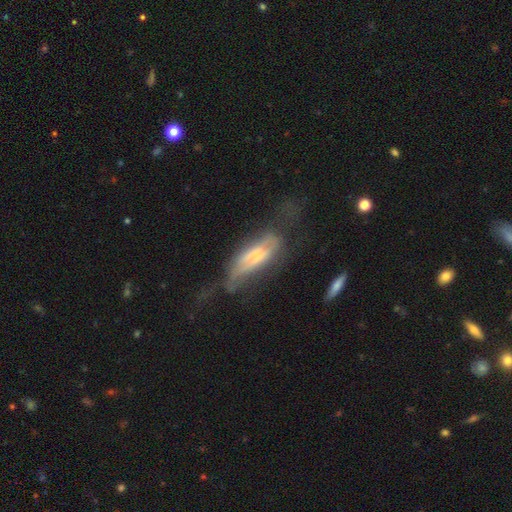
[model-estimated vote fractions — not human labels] A featured or disk galaxy (57%) viewed edge-on (52%).

Vote fractions:
- Smooth or featured? featured or disk: 57% / smooth: 35% / star or artifact: 8%
- Edge-on disk? yes: 52% / no: 48%
- Merging? major disturbance: 42% / none: 29% / minor disturbance: 24% / merger: 4%